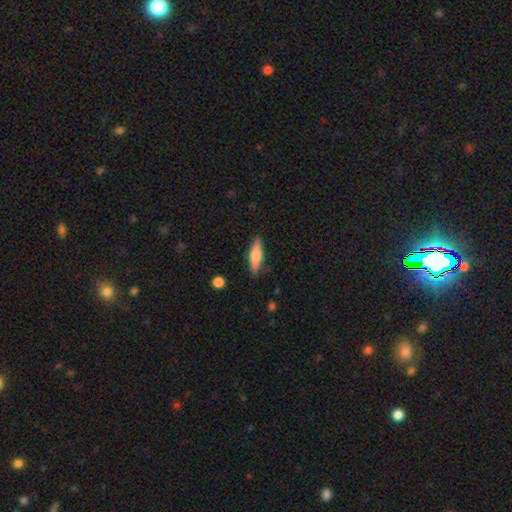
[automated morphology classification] smooth 59%, featured or disk 35%, star or artifact 6%. Down the decision tree: how rounded — cigar-shaped (61%); merging — none (85%).